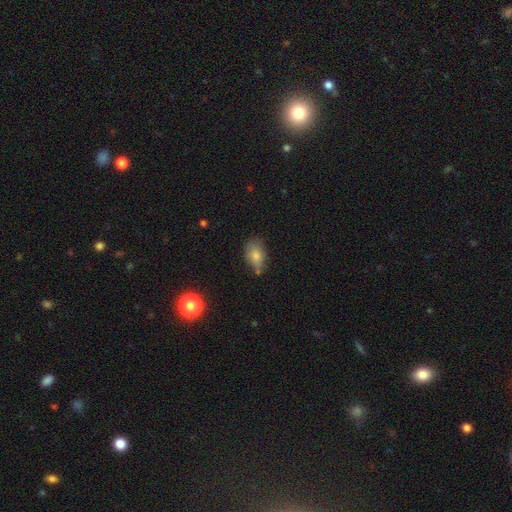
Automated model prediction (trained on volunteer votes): A smooth galaxy with no disk features (73%) that is in between round and cigar-shaped (79%). Merging: none (54%).